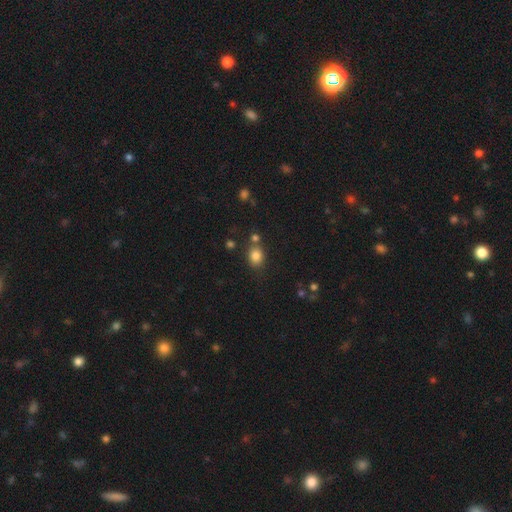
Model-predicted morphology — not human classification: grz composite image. It shows a smooth galaxy with no disk features (82%) that is round (51%). Merging: none (70%).